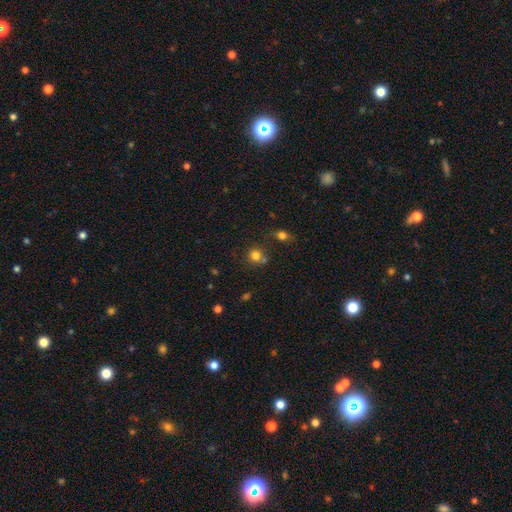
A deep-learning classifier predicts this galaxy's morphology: The model was most divided on "merging": none: 61%, merger: 22%, minor disturbance: 12%, major disturbance: 5%. More confident: how rounded — round (86%); smooth or featured — smooth (78%).